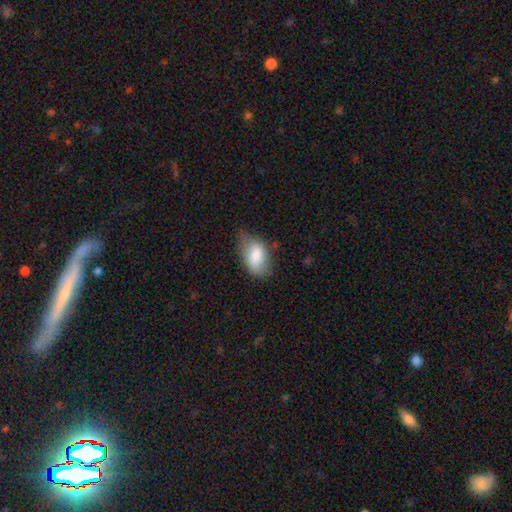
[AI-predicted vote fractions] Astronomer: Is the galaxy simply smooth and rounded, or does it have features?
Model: smooth — 80%.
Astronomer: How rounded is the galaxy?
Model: in between — 92%.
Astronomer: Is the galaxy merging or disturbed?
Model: none — 49% (runner-up: minor disturbance, 39%).